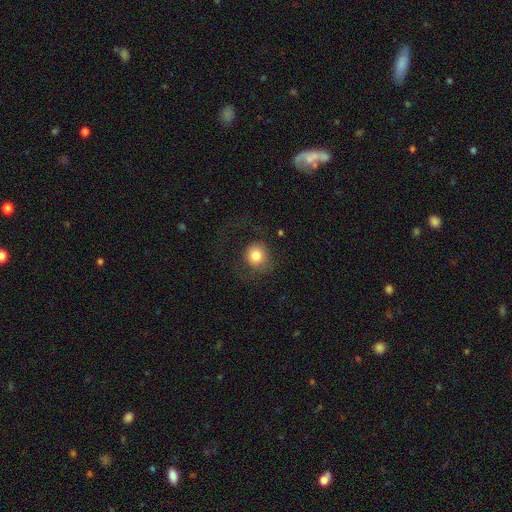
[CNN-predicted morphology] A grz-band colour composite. It shows a smooth galaxy with no disk features (79%) that is round (89%). Merging: none (60%).